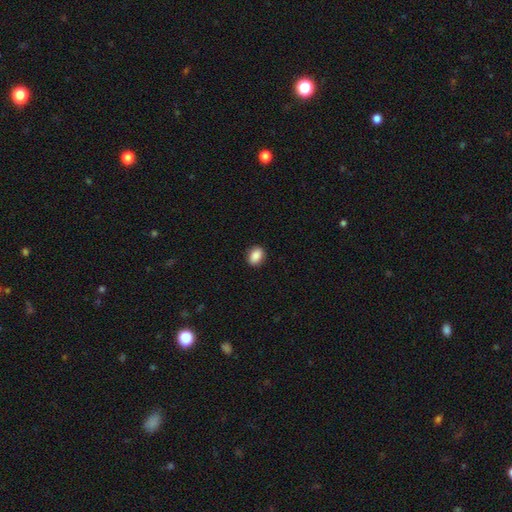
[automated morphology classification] This appears to be a smooth galaxy with no disk features (88%) that is in between round and cigar-shaped (66%). Merging: none (90%).